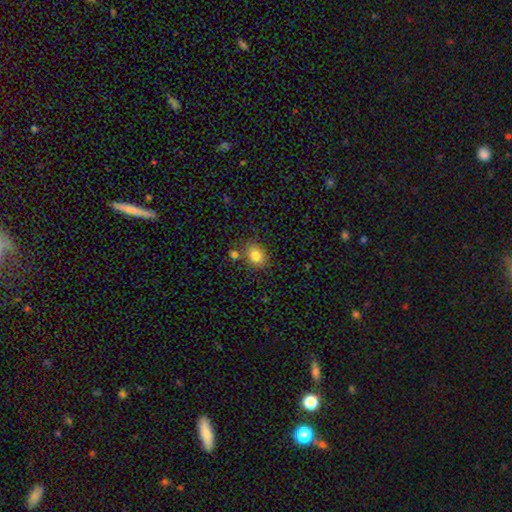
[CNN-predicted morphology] The model was most divided on "how rounded": round: 50%, in between: 48%, cigar-shaped: 1%. More confident: smooth or featured — smooth (80%); merging — none (72%).